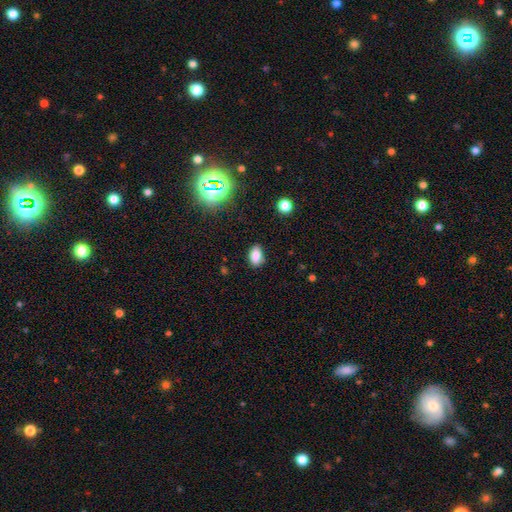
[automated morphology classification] The model was most divided on "merging": none: 82%, minor disturbance: 14%, major disturbance: 3%, merger: 2%. More confident: how rounded — in between (88%); smooth or featured — smooth (82%).